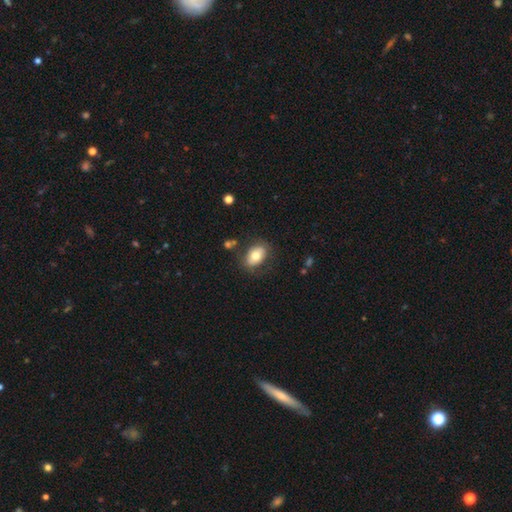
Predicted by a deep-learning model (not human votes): A smooth galaxy with no disk features (73%) that is in between round and cigar-shaped (83%). Merging: none (77%).